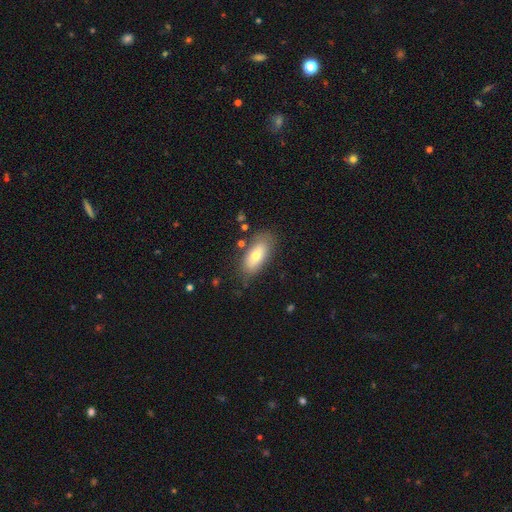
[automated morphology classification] This appears to be a smooth galaxy with no disk features (68%) that is in between round and cigar-shaped (87%). Merging: none (77%).